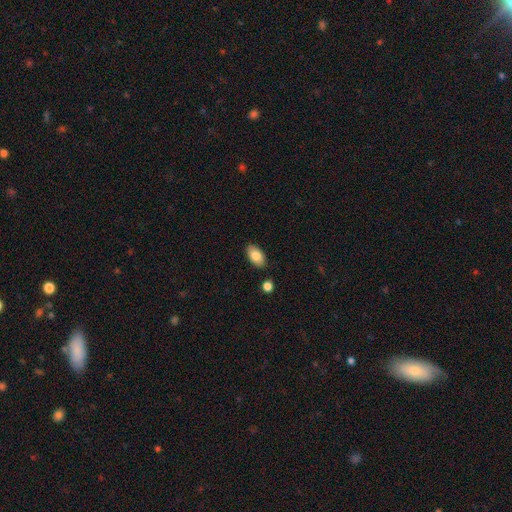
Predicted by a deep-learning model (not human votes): smooth 84%, featured or disk 9%, star or artifact 7%. Down the decision tree: how rounded — in between (94%); merging — none (87%).